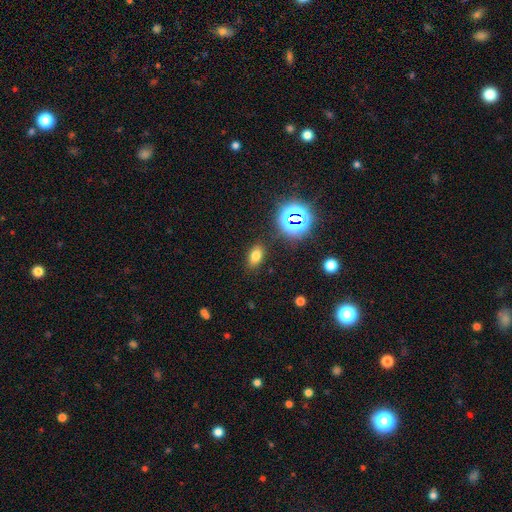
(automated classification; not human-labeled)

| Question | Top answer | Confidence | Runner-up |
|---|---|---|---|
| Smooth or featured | smooth | 71% | star or artifact (21%) |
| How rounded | in between | 85% | round (12%) |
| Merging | none | 86% | minor disturbance (9%) |